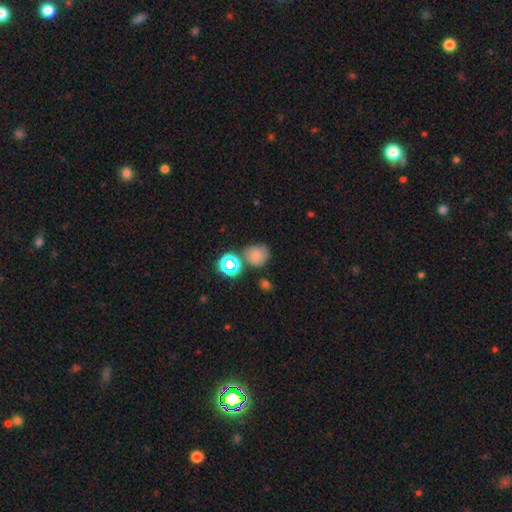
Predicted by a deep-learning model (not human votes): This appears to be a smooth galaxy with no disk features (69%) that is round (75%). Merging: none (59%).